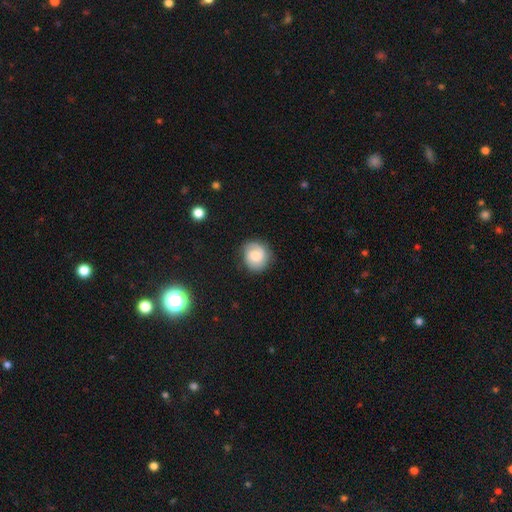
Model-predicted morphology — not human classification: Overall: featured or disk (50%; smooth 42%). Merging: none (79%).